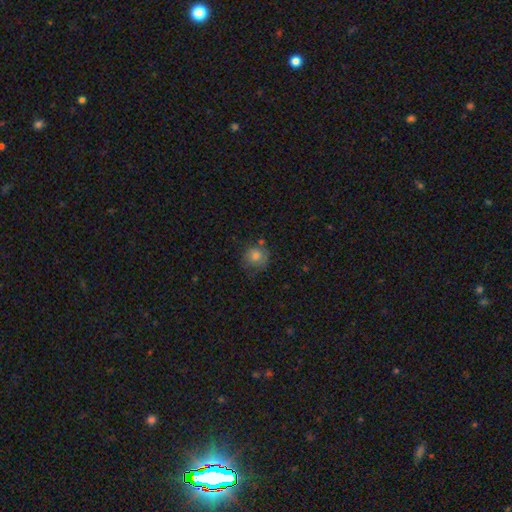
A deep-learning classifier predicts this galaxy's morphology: A smooth galaxy with no disk features (75%) that is round (86%).

Vote fractions:
- Smooth or featured? smooth: 75% / featured or disk: 14% / star or artifact: 11%
- How rounded? round: 86% / in between: 13% / cigar-shaped: 1%
- Merging? none: 60% / minor disturbance: 25% / major disturbance: 10% / merger: 5%